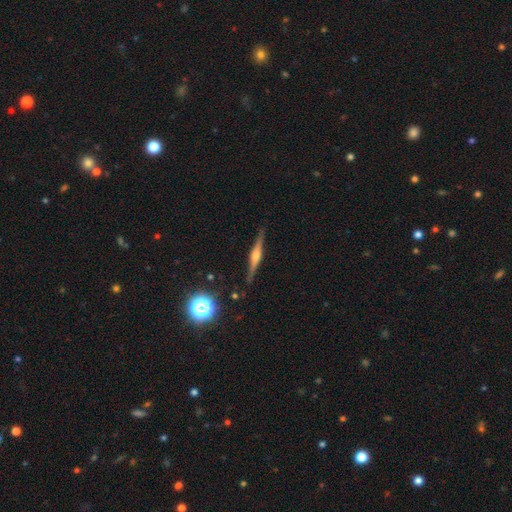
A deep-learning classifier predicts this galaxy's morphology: Smooth or featured? featured or disk (76%)
Edge-on disk? yes (98%)
Edge-on bulge? rounded (80%)
Merging? none (89%)